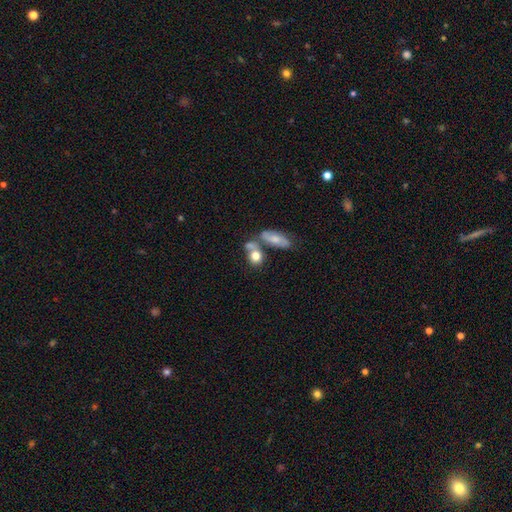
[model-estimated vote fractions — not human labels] This is likely a smooth galaxy (74%). How rounded: possibly round (51%). Merging: marginally none (42%).